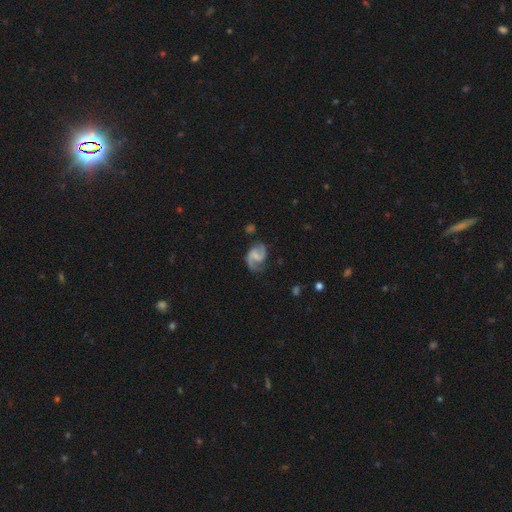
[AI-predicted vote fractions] A featured or disk galaxy (88%) with a weak bar (51%), 2 (90%) medium (55%) spiral arms (97%) and a small central bulge (41%).

Vote fractions:
- Smooth or featured? featured or disk: 88% / smooth: 7% / star or artifact: 5%
- Edge-on disk? no: 98% / yes: 2%
- Bar? weak: 51% / no: 33% / strong: 17%
- Spiral arms? yes: 97% / no: 3%
- Spiral winding? medium: 55% / loose: 29% / tight: 17%
- Spiral arm count? 2: 90% / 1: 3% / can't tell: 3% / 3: 2% / 4: 1% / more than 4: 1%
- Bulge size? small: 41% / none: 34% / moderate: 21% / large: 3% / dominant: 1%
- Merging? none: 70% / minor disturbance: 19% / major disturbance: 9% / merger: 3%